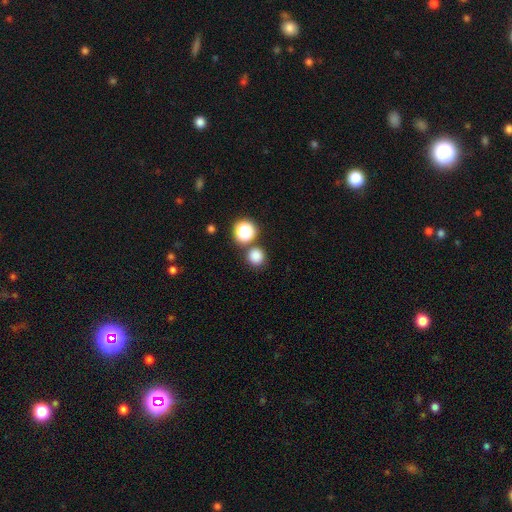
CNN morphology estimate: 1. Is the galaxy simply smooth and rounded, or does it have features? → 80% smooth, 15% star or artifact, 4% featured or disk.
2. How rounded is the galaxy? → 91% round, 8% in between, 1% cigar-shaped.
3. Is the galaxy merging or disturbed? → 78% none, 12% merger, 7% minor disturbance, 3% major disturbance.